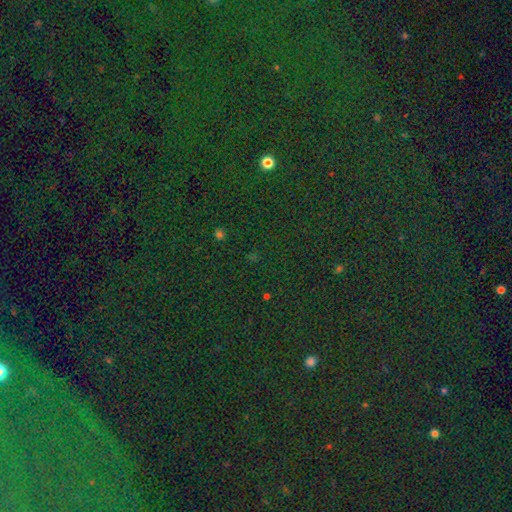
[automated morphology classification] Smooth or featured? Predicted: star or artifact (p=0.76).